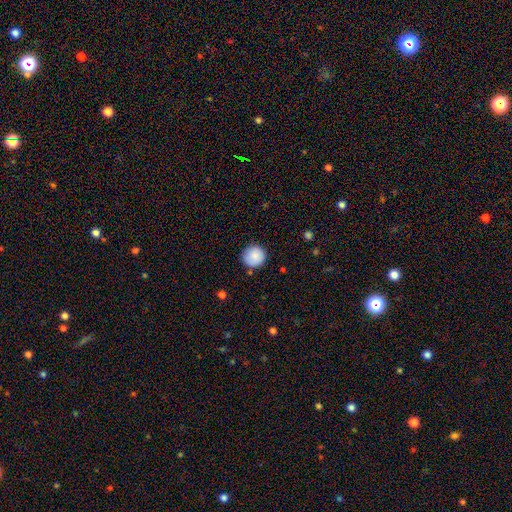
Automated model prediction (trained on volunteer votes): This is clearly a smooth galaxy (87%). How rounded: clearly round (94%). Merging: clearly none (87%).